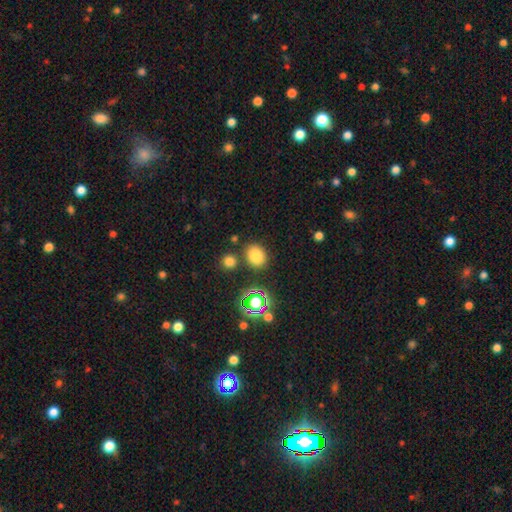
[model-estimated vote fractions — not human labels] Smooth or featured? Predicted: smooth (p=0.77). How rounded? Predicted: round (p=0.53). Merging? Predicted: none (p=0.80).